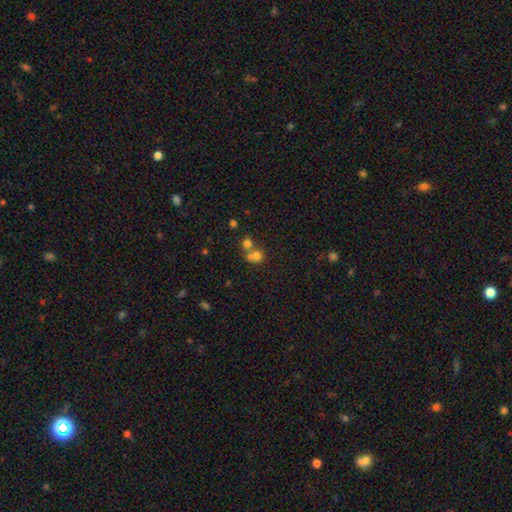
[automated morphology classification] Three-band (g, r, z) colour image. It shows a smooth galaxy with no disk features (71%) that is round (81%). Merging: merger (55%).